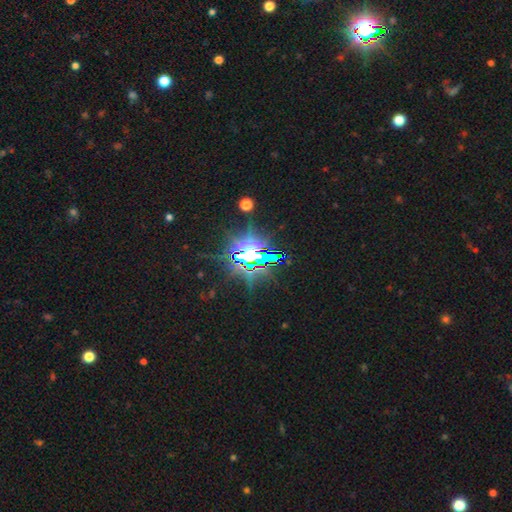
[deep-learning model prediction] This is likely a star or artifact rather than a galaxy (80%).